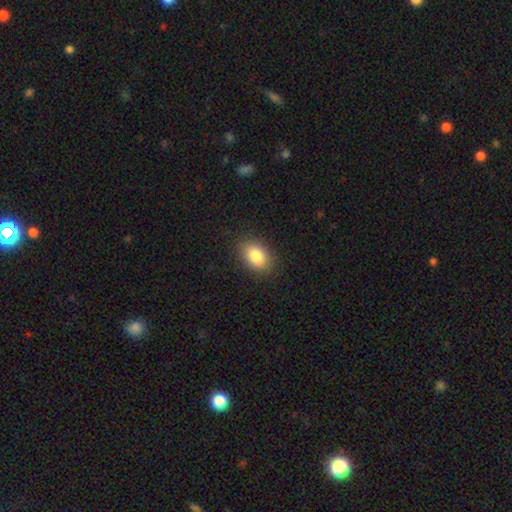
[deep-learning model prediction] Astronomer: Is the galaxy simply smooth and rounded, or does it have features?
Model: smooth — 84%.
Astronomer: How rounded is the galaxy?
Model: in between — 84%.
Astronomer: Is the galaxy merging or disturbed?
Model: none — 87%.